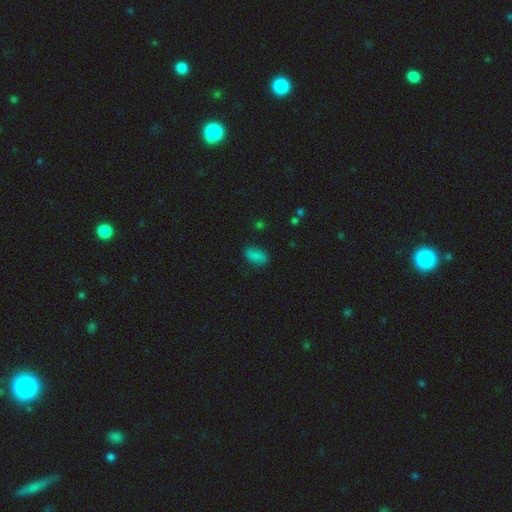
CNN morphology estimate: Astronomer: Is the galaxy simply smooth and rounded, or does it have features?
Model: smooth — 82%.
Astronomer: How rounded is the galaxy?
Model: in between — 89%.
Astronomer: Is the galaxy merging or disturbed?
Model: none — 75%.